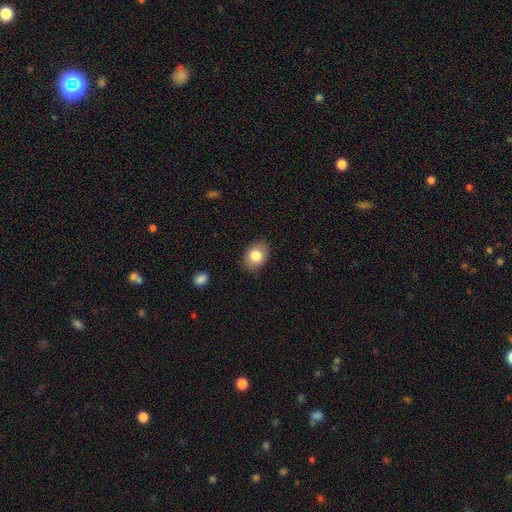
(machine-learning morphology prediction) A smooth galaxy with no disk features (82%) that is in between round and cigar-shaped (66%). Merging: none (85%).